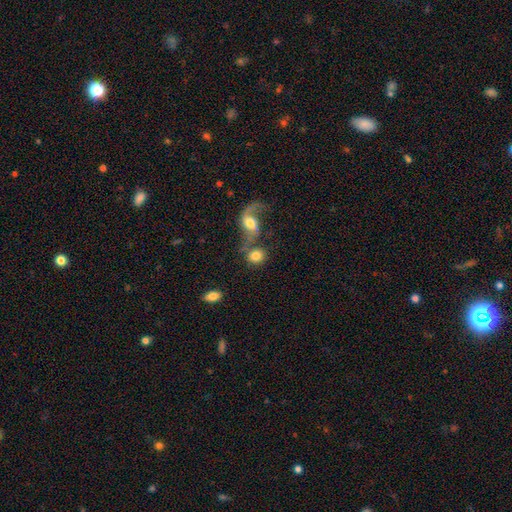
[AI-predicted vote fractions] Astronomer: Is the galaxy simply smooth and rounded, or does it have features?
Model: smooth — 74%.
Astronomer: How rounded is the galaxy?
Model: round — 72%.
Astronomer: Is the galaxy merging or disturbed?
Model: none — 43% (runner-up: merger, 37%).